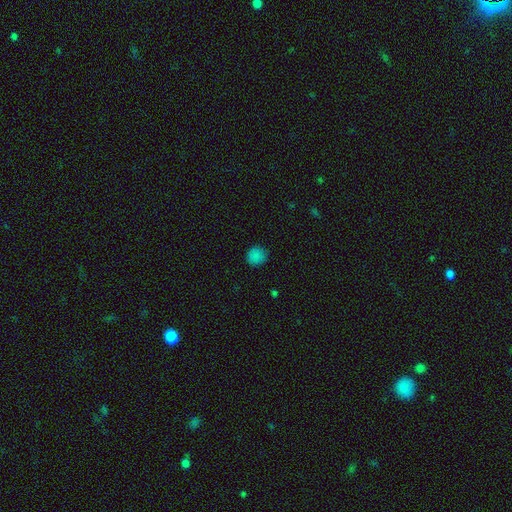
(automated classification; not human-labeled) The model was most divided on "smooth or featured": smooth: 84%, star or artifact: 13%, featured or disk: 3%. More confident: how rounded — round (91%); merging — none (88%).